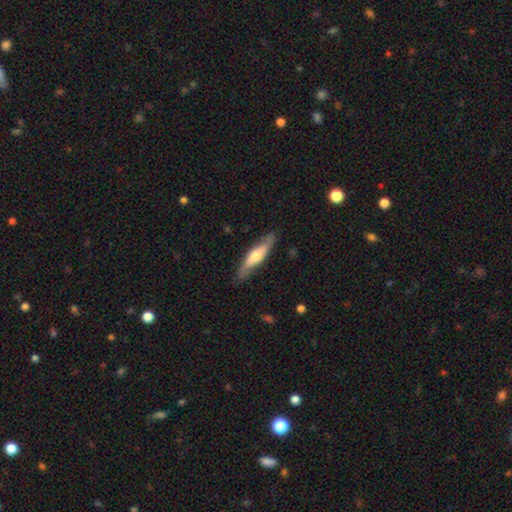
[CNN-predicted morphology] The model was most divided on "smooth or featured": featured or disk: 50%, smooth: 45%, star or artifact: 5%. More confident: merging — none (82%).